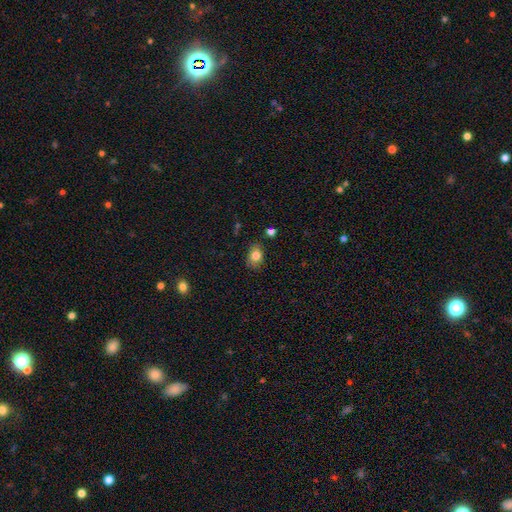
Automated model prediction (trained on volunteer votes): Smooth or featured?
  - smooth: 82% *
  - star or artifact: 10%
  - featured or disk: 9%
How rounded?
  - in between: 71% *
  - round: 27%
  - cigar-shaped: 1%
Merging?
  - none: 80% *
  - minor disturbance: 15%
  - major disturbance: 3%
  - merger: 2%